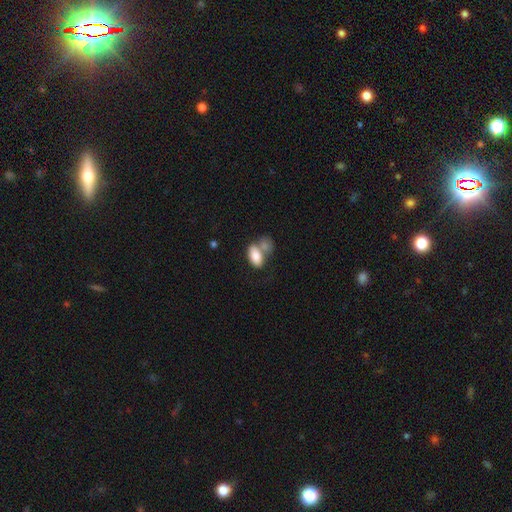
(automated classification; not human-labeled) The model was most divided on "merging": merger: 50%, none: 27%, minor disturbance: 14%, major disturbance: 9%. More confident: how rounded — in between (92%); smooth or featured — smooth (82%).